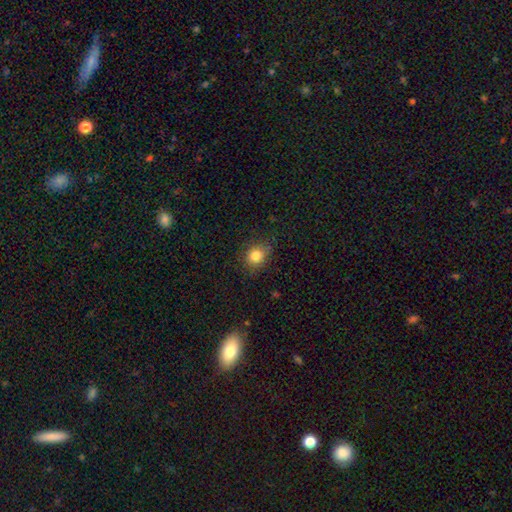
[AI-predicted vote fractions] smooth-or-featured: smooth: 83% | star or artifact: 11% | featured or disk: 6%
  how-rounded: round: 69% | in between: 30% | cigar-shaped: 1%
  merging: none: 81% | minor disturbance: 14% | major disturbance: 4% | merger: 1%